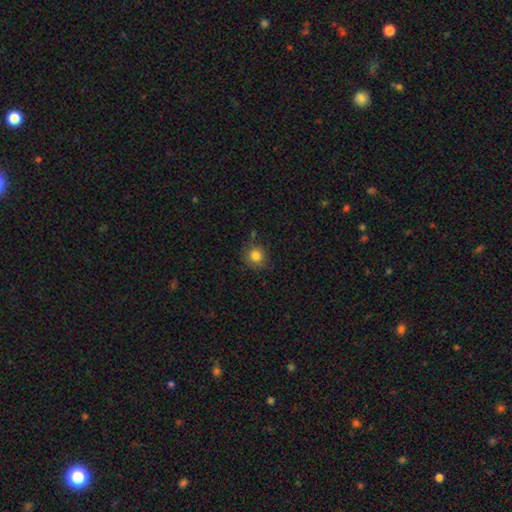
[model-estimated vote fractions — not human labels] A smooth galaxy with no disk features (82%) that is round (88%).

Vote fractions:
- Smooth or featured? smooth: 82% / star or artifact: 11% / featured or disk: 7%
- How rounded? round: 88% / in between: 11% / cigar-shaped: 1%
- Merging? none: 80% / minor disturbance: 14% / major disturbance: 3% / merger: 3%